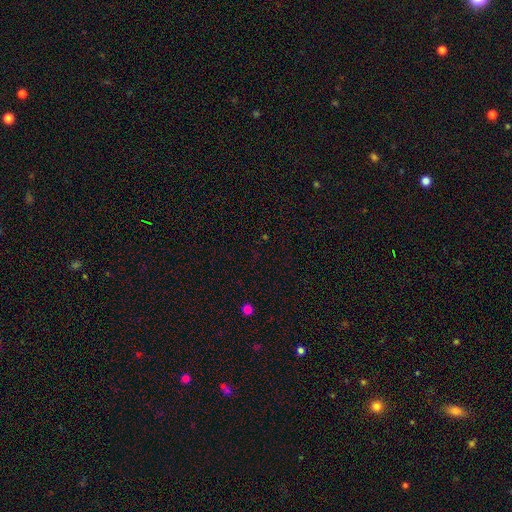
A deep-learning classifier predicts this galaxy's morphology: This appears to be a star or artifact, not a galaxy (64%).